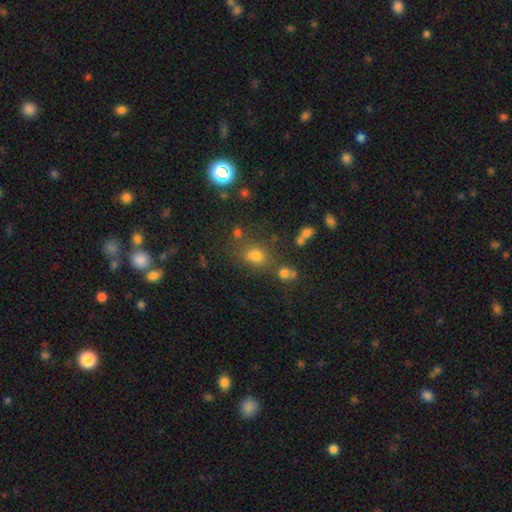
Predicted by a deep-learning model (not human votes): Smooth or featured? Predicted: smooth (p=0.67). How rounded? Predicted: round (p=0.54). Merging? Predicted: none (p=0.62).